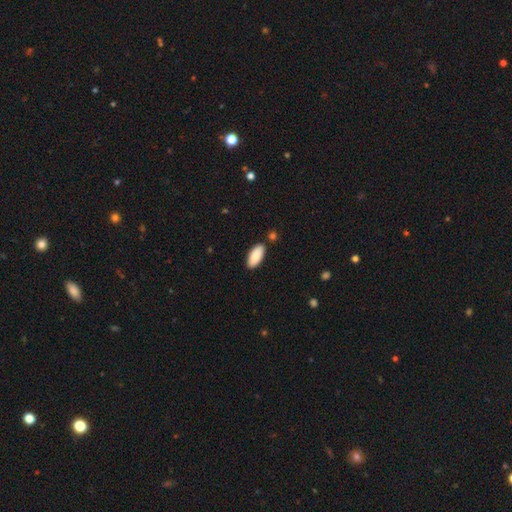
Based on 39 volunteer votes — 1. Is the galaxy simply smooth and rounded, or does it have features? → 87% smooth, 8% star or artifact, 5% featured or disk.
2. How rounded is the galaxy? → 91% in between, 6% cigar-shaped, 3% round.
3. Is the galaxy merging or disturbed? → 94% none, 3% minor disturbance, 3% merger, 0% major disturbance.